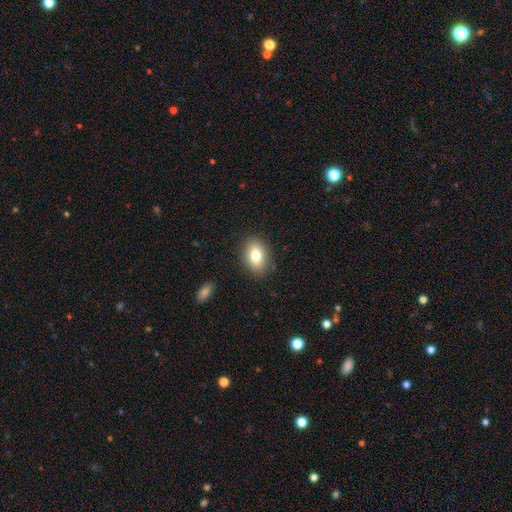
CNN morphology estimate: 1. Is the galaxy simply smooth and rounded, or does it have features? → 78% smooth, 14% featured or disk, 9% star or artifact.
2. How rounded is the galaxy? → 79% in between, 19% round, 2% cigar-shaped.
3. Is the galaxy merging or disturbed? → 87% none, 9% minor disturbance, 3% major disturbance, 1% merger.